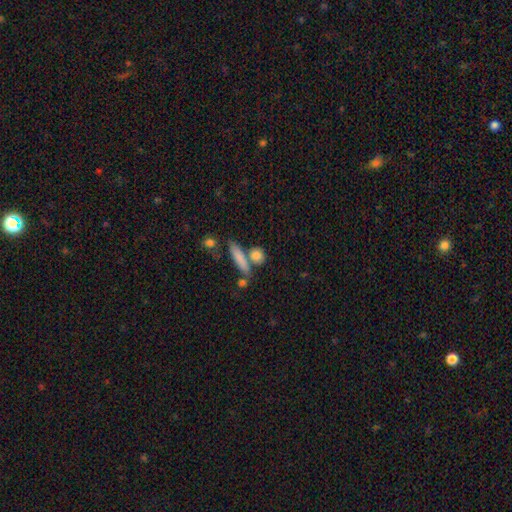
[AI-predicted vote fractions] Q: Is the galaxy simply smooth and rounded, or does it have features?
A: smooth — 83%.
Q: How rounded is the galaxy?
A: round — 49%.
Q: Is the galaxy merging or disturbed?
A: none — 67%.